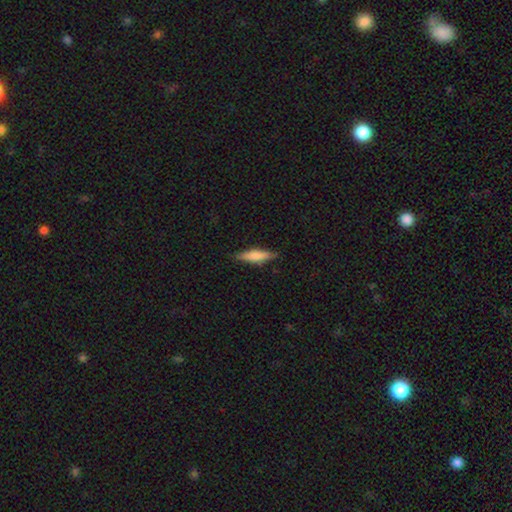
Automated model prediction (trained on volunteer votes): This is likely a smooth galaxy (69%). How rounded: likely cigar-shaped (75%). Merging: clearly none (85%).